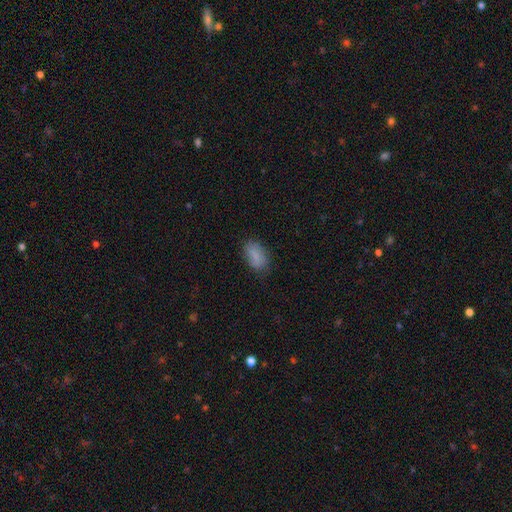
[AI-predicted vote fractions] Morphology: type=smooth (83%); roundness=in between (91%); merging=none (75%).